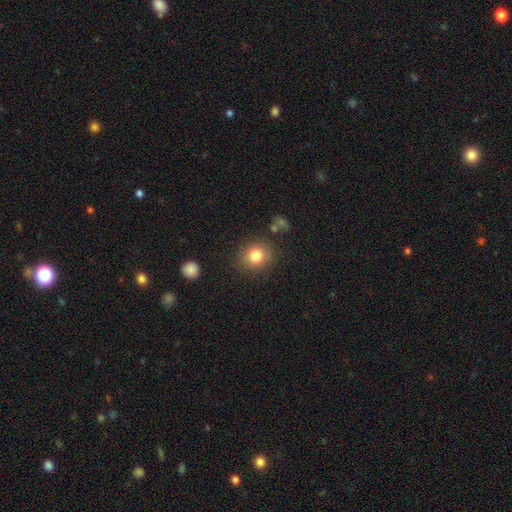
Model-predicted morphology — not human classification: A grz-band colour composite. It shows a smooth galaxy with no disk features (80%) that is round (77%). Merging: none (83%).